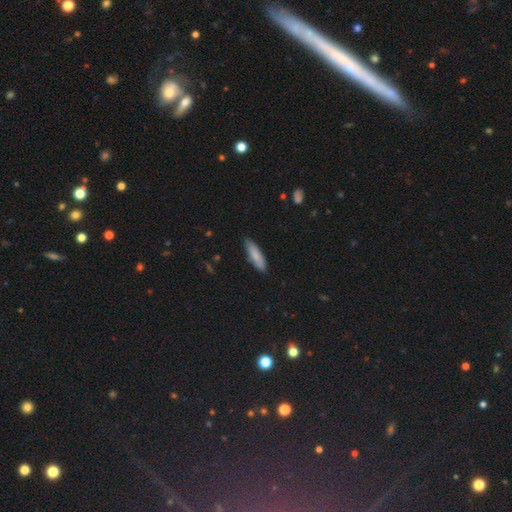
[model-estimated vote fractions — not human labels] Morphology: type=smooth (81%); roundness=cigar-shaped (60%); merging=none (81%).